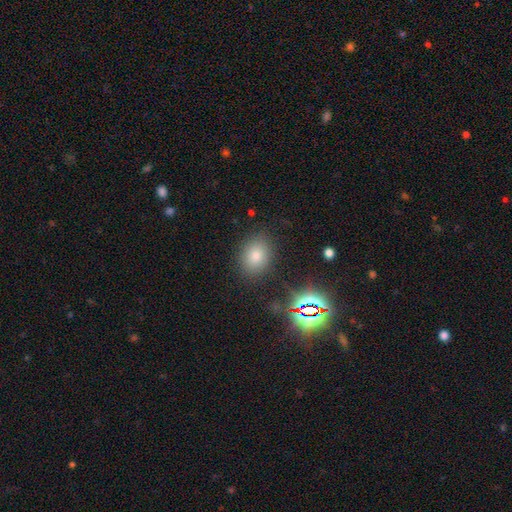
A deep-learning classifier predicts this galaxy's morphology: The model was most divided on "how rounded": in between: 60%, round: 39%, cigar-shaped: 1%. More confident: merging — none (85%); smooth or featured — smooth (70%).